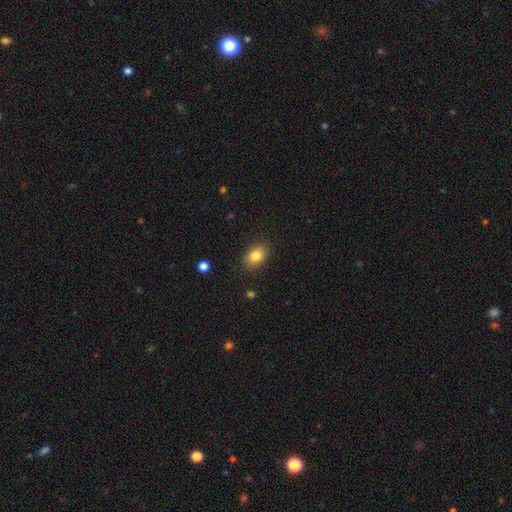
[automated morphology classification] The model was most divided on "how rounded": in between: 79%, round: 20%, cigar-shaped: 1%. More confident: merging — none (87%); smooth or featured — smooth (83%).